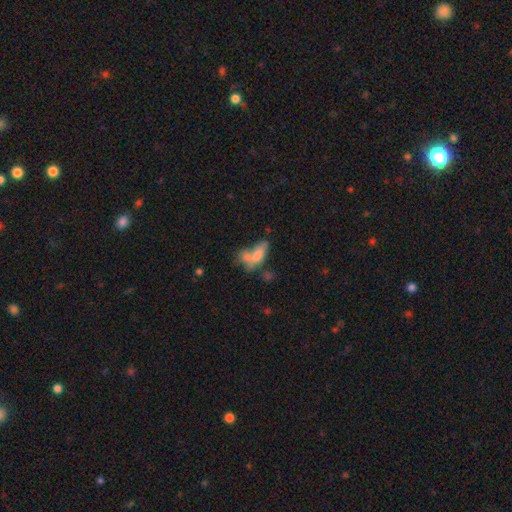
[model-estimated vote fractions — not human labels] A smooth galaxy with no disk features (69%) that is in between round and cigar-shaped (80%). Merging: merger (55%).